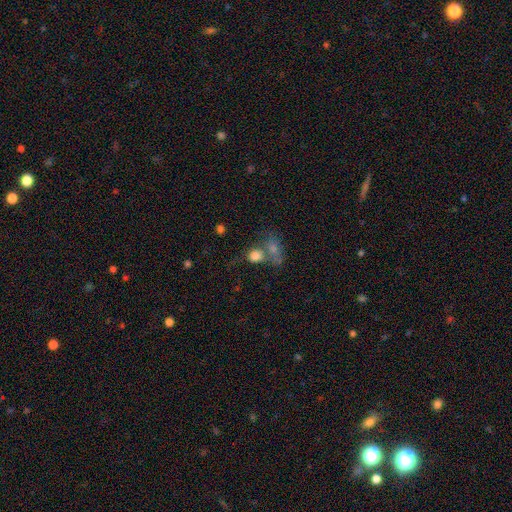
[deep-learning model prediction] Smooth or featured: smooth — 76% (featured or disk — 12%)
How rounded: round — 67% (in between — 31%)
Merging: merger — 43% (none — 35%)